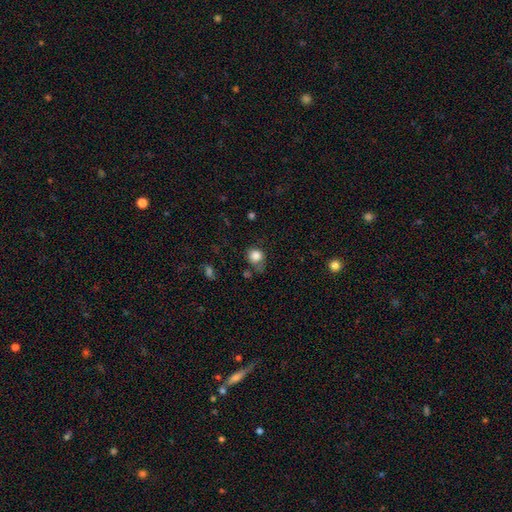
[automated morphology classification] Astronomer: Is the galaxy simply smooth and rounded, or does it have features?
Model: smooth — 84%.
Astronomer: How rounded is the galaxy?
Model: round — 78%.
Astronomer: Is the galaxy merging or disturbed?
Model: none — 56%.